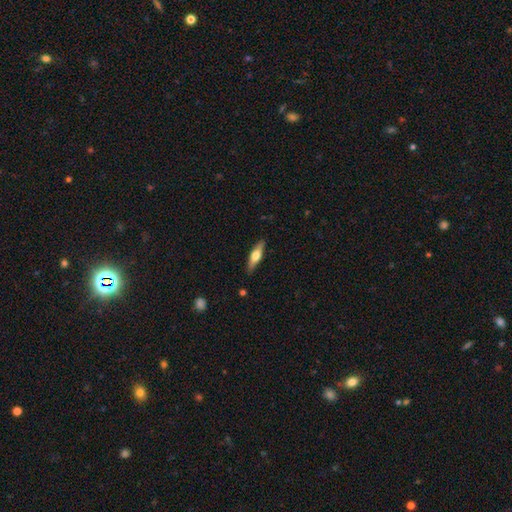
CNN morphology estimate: Smooth or featured? Predicted: smooth (p=0.50). Merging? Predicted: none (p=0.88).